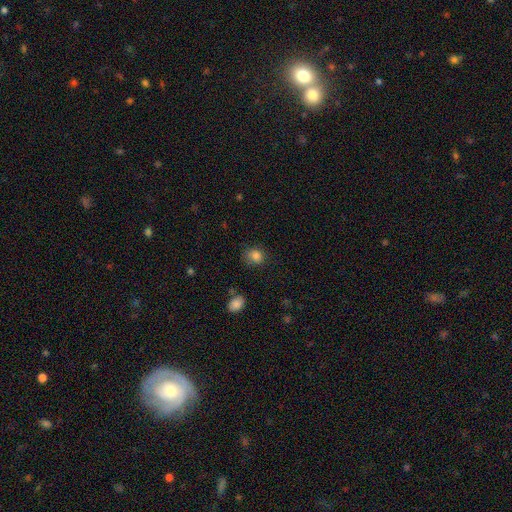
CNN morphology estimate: smooth 84%, star or artifact 11%, featured or disk 5%. Down the decision tree: how rounded — round (63%); merging — none (72%).